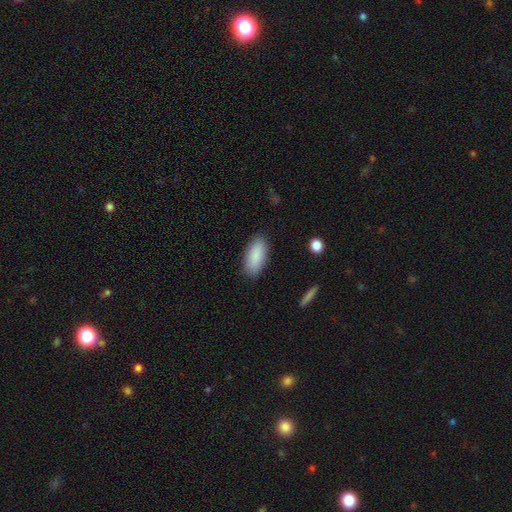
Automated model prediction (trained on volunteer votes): Smooth or featured?
  - smooth: 89% *
  - star or artifact: 6%
  - featured or disk: 5%
How rounded?
  - in between: 88% *
  - cigar-shaped: 9%
  - round: 2%
Merging?
  - none: 87% *
  - minor disturbance: 9%
  - major disturbance: 2%
  - merger: 1%